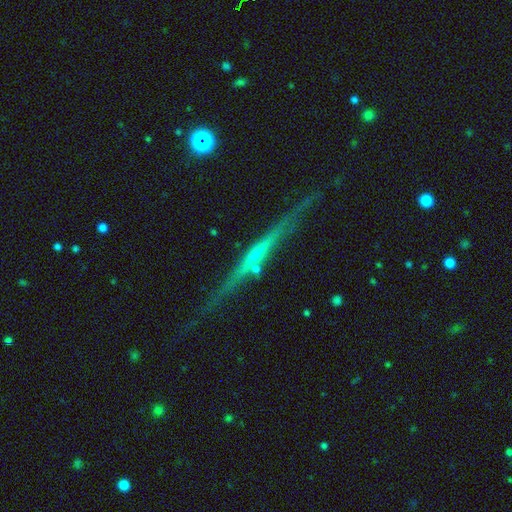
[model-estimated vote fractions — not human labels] smooth_or_featured: featured or disk (p=0.80) [alt: smooth p=0.13]
disk_edge_on: yes (p=0.97) [alt: no p=0.03]
edge_on_bulge: rounded (p=0.60) [alt: none p=0.31]
merging: none (p=0.76) [alt: minor disturbance p=0.15]